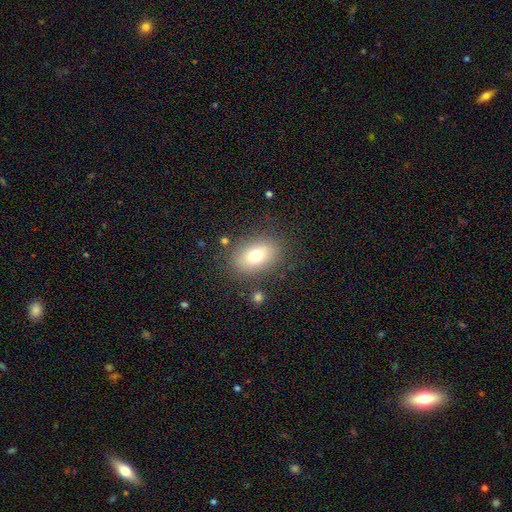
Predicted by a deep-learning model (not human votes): smooth_or_featured: smooth (p=0.73) [alt: featured or disk p=0.17]
how_rounded: in between (p=0.81) [alt: round p=0.18]
merging: none (p=0.82) [alt: minor disturbance p=0.11]